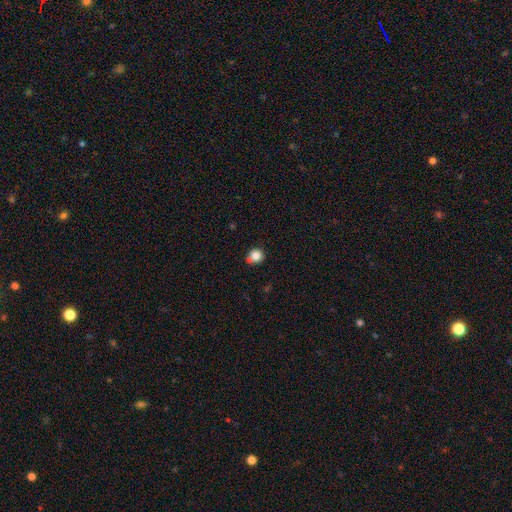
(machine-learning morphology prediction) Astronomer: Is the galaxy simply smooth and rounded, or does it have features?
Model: smooth — 82%.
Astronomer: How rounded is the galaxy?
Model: round — 89%.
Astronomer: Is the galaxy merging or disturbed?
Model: none — 70%.